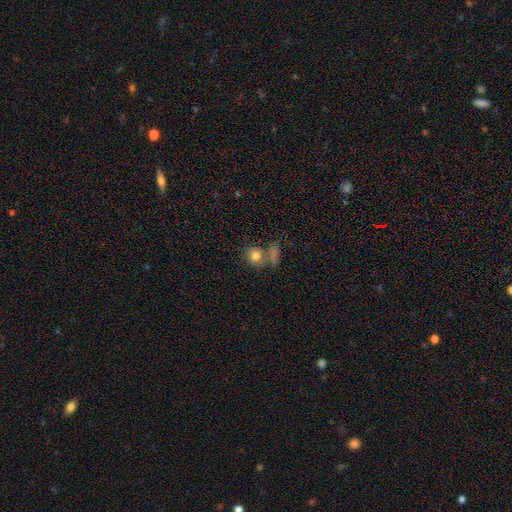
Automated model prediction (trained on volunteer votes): Overall: smooth (79%). How rounded: round (77%). Merging: none (56%; merger 25%).